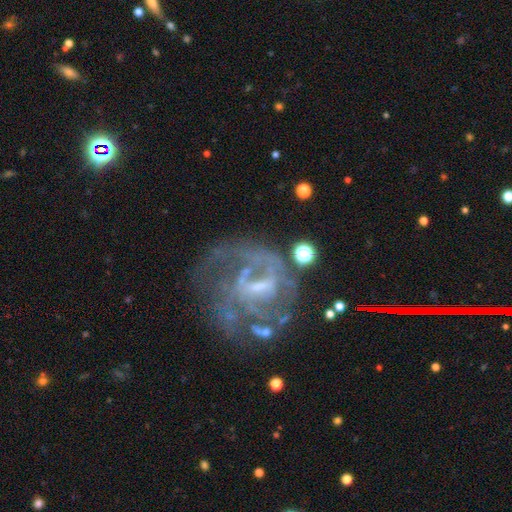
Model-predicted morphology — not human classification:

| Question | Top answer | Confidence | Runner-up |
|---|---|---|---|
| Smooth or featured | featured or disk | 80% | star or artifact (11%) |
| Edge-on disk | no | 97% | yes (3%) |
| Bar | weak | 51% | no (30%) |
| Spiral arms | yes | 79% | no (21%) |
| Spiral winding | tight | 42% | medium (40%) |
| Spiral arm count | can't tell | 42% | 2 (26%) |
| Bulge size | small | 50% | none (26%) |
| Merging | none | 54% | major disturbance (23%) |